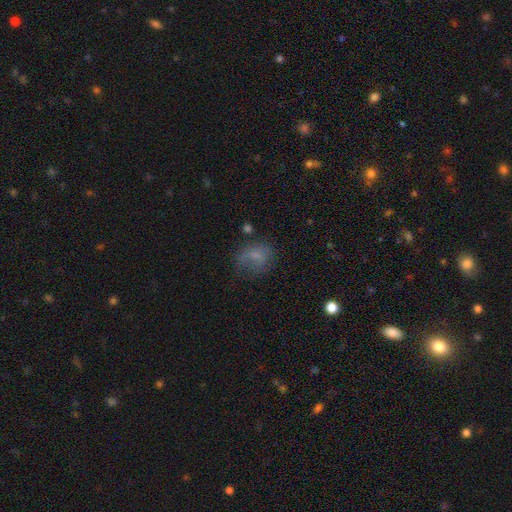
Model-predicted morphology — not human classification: Smooth or featured: smooth — 61% (featured or disk — 24%)
How rounded: in between — 57% (round — 41%)
Merging: none — 45% (minor disturbance — 26%)